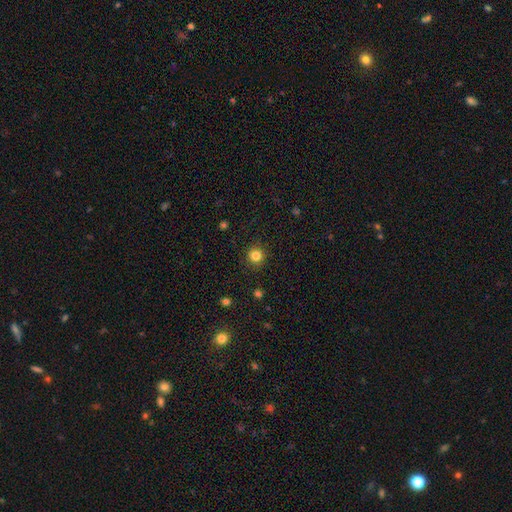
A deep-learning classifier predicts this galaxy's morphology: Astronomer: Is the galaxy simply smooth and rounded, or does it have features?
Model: smooth — 83%.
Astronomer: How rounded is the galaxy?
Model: round — 93%.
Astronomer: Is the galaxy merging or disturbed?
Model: none — 91%.